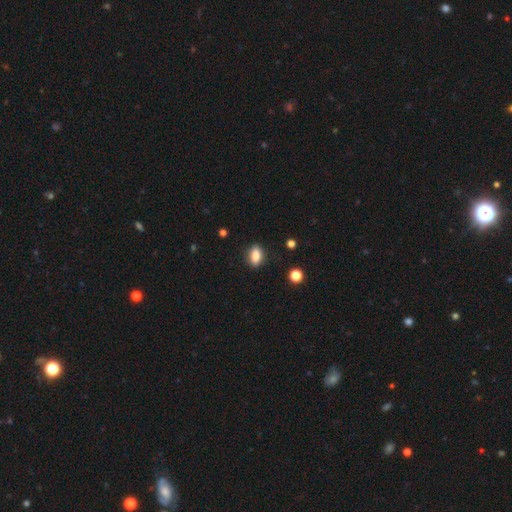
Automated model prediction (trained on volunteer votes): Smooth or featured?
  - smooth: 86% *
  - star or artifact: 8%
  - featured or disk: 6%
How rounded?
  - in between: 85% *
  - round: 9%
  - cigar-shaped: 6%
Merging?
  - none: 86% *
  - minor disturbance: 10%
  - major disturbance: 2%
  - merger: 1%